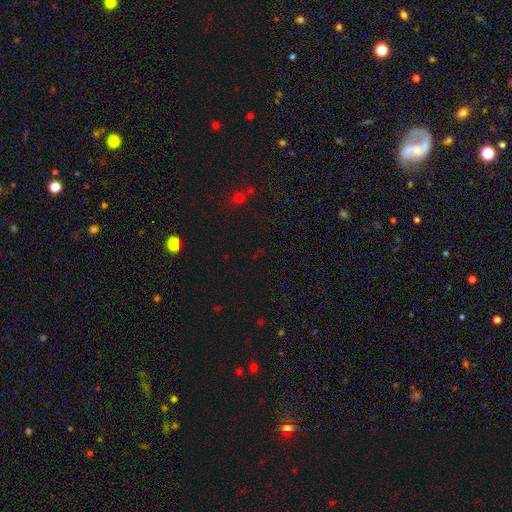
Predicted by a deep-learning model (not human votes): Q: Smooth or featured?
A: star or artifact (69%); runner-up: smooth (23%)